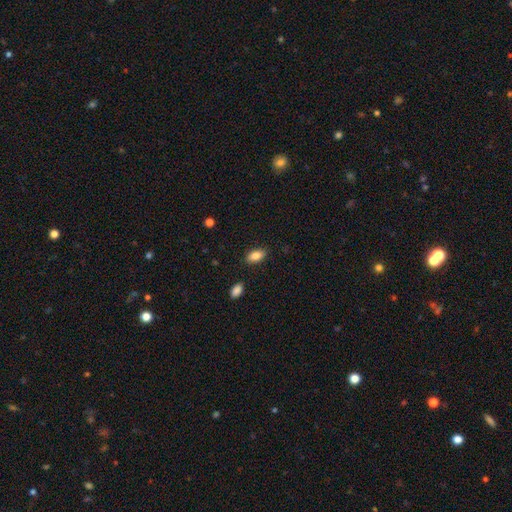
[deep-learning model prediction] Morphology: type=smooth (84%); roundness=in between (90%); merging=none (87%).